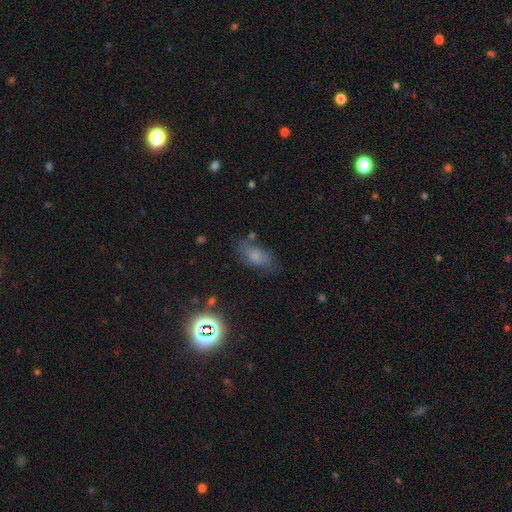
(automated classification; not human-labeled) smooth_or_featured: smooth (p=0.67) [alt: featured or disk p=0.18]
how_rounded: in between (p=0.86) [alt: cigar-shaped p=0.08]
merging: none (p=0.64) [alt: minor disturbance p=0.23]